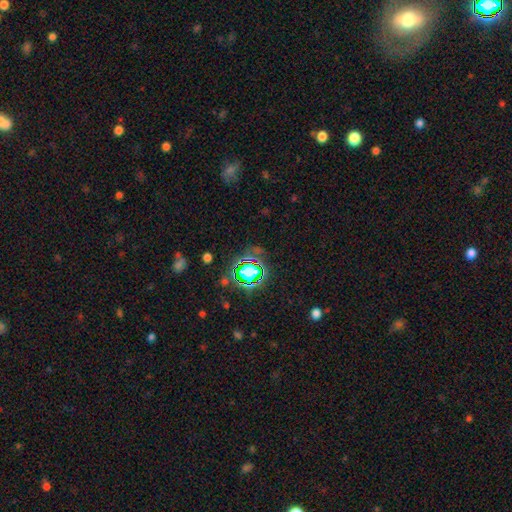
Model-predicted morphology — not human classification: Q: Smooth or featured?
A: star or artifact (75%); runner-up: smooth (16%)